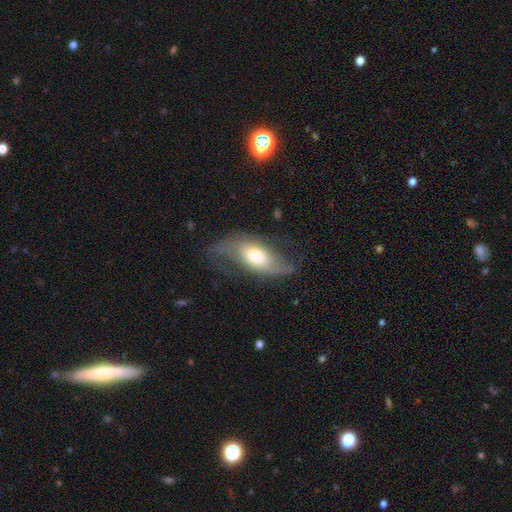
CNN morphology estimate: Smooth or featured: featured or disk — 62% (smooth — 31%)
Edge-on disk: no — 89% (yes — 11%)
Bar: no — 57% (weak — 30%)
Spiral arms: yes — 82% (no — 18%)
Bulge size: moderate — 58% (large — 22%)
Merging: none — 56% (minor disturbance — 22%)